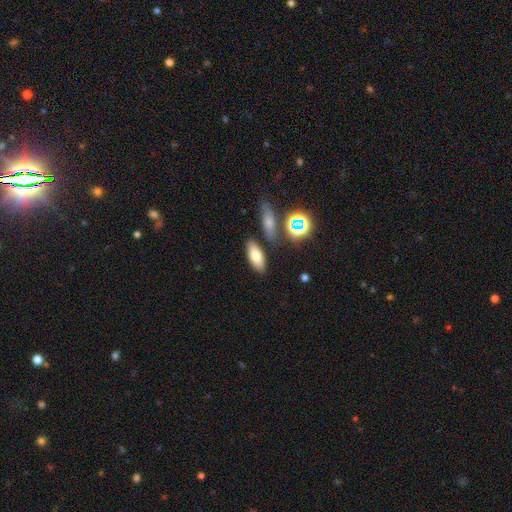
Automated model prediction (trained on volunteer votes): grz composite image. It shows a smooth galaxy with no disk features (72%) that is in between round and cigar-shaped (79%). Merging: none (81%).